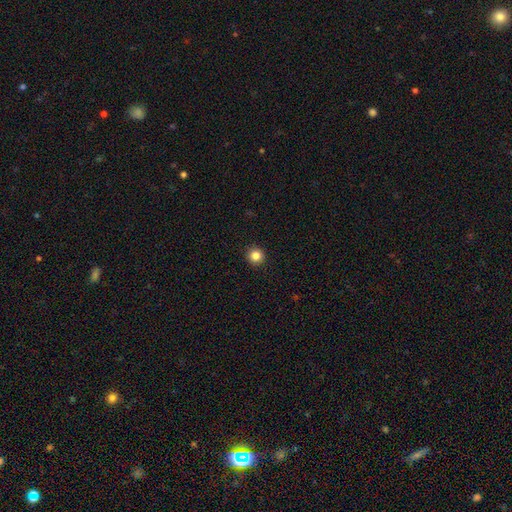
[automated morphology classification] Smooth or featured? smooth (84%)
How rounded? round (95%)
Merging? none (93%)